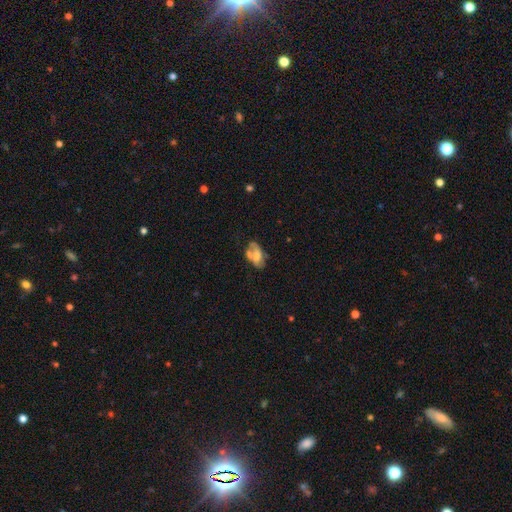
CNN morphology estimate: A featured or disk galaxy (48%).

Vote fractions:
- Smooth or featured? featured or disk: 48% / smooth: 44% / star or artifact: 8%
- Merging? none: 37% / merger: 26% / minor disturbance: 24% / major disturbance: 14%